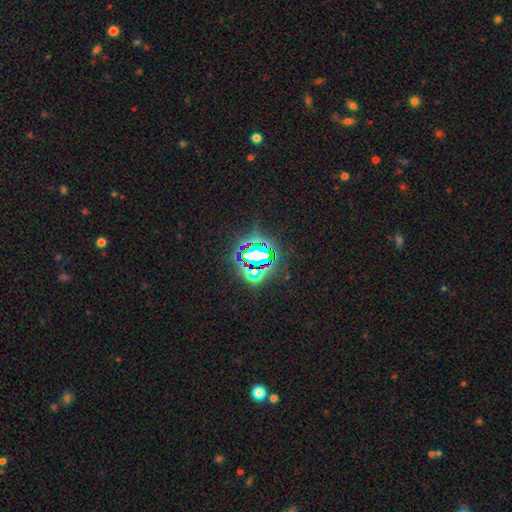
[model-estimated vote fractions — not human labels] A star or artifact, not a galaxy (79%).

Vote fractions:
- Smooth or featured? star or artifact: 79% / smooth: 11% / featured or disk: 10%